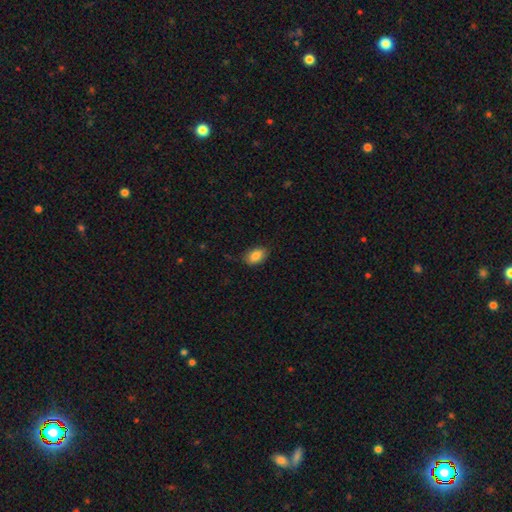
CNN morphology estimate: type=smooth (86%); roundness=in between (90%); merging=none (82%).